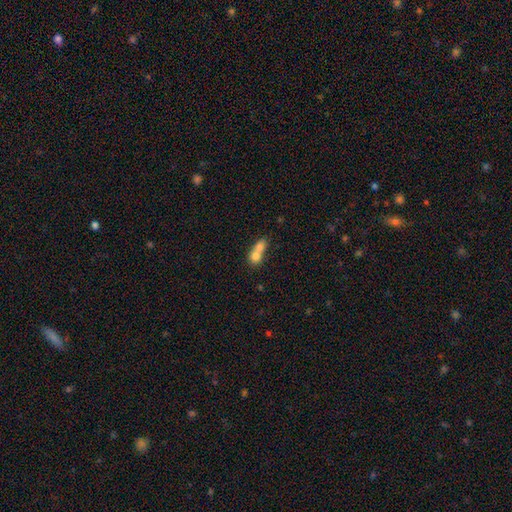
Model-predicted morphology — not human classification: smooth 71%, featured or disk 20%, star or artifact 9%. Down the decision tree: how rounded — round (52%); merging — merger (74%).